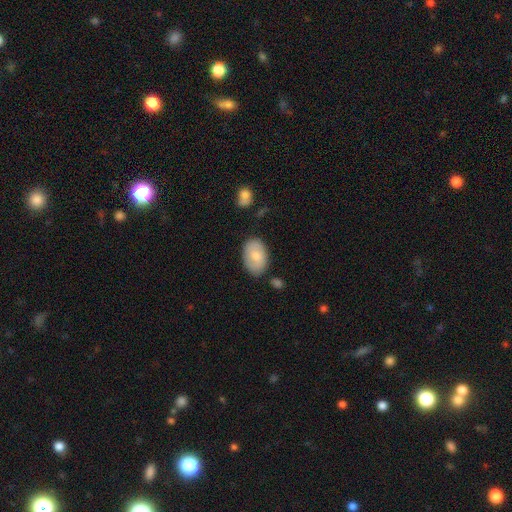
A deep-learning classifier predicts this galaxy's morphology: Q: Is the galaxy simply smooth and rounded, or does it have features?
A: smooth — 72%.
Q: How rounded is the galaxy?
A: in between — 89%.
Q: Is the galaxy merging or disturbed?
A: none — 77%.